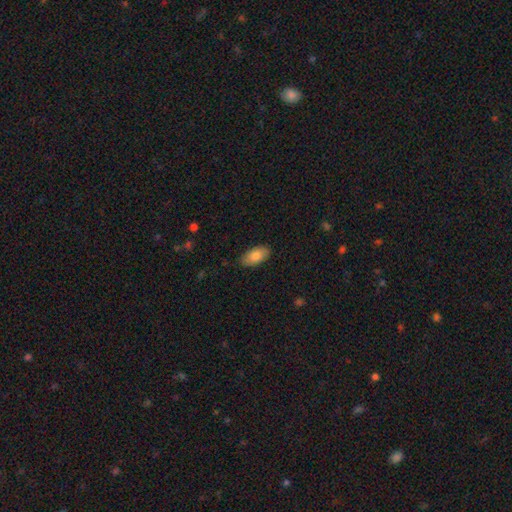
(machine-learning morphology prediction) Smooth or featured? smooth (83%)
How rounded? in between (94%)
Merging? none (85%)